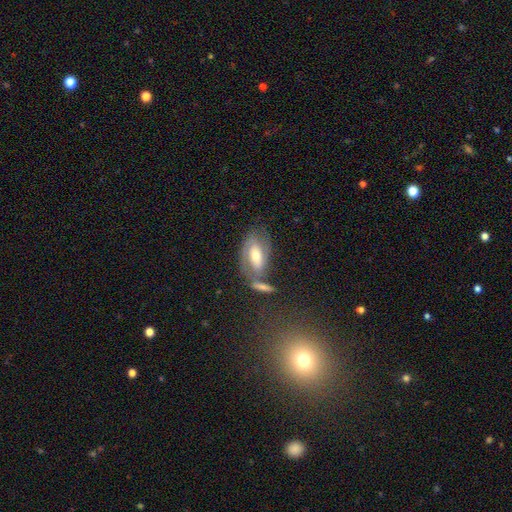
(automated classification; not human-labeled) The model was most divided on "bar": weak: 41%, no: 37%, strong: 21%. More confident: edge-on disk — no (88%); spiral arms — yes (75%); bulge size — moderate (66%); smooth or featured — featured or disk (58%); merging — none (54%).